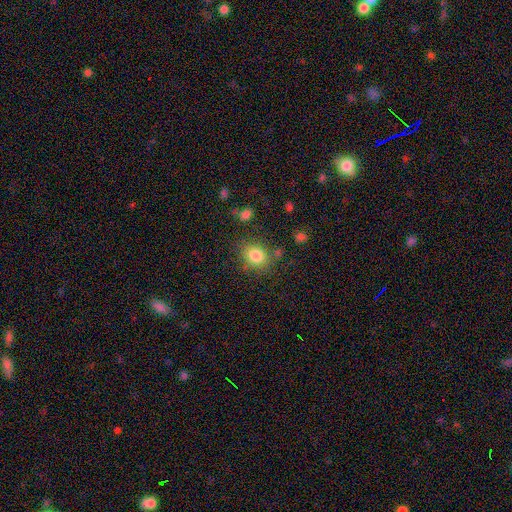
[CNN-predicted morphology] This is clearly a smooth galaxy (83%). How rounded: possibly round (58%). Merging: likely none (76%).